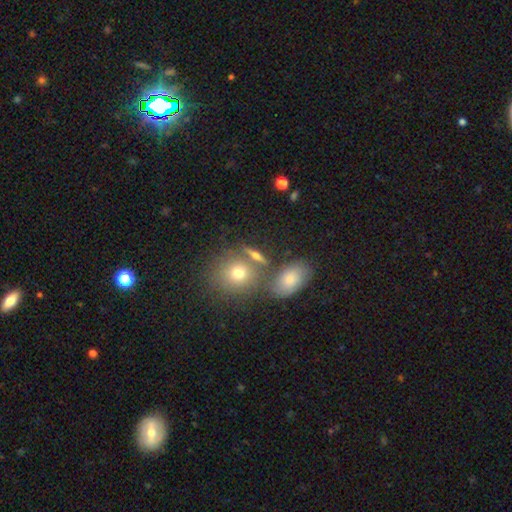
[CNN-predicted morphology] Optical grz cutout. It shows a smooth galaxy with no disk features (58%) that is round (43%). Merging: none (64%).